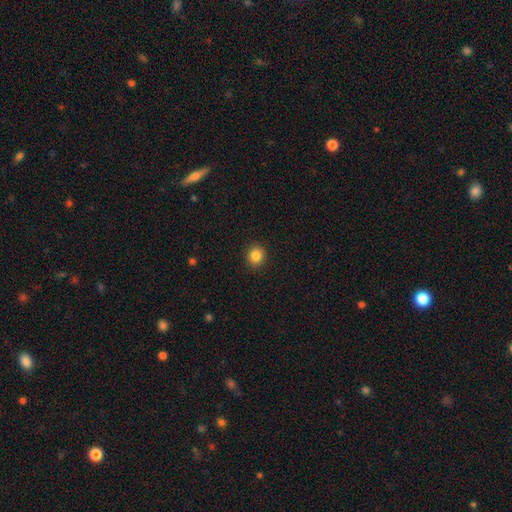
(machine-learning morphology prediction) Q: Smooth or featured?
A: smooth (84%); runner-up: star or artifact (11%)
Q: How rounded?
A: round (85%); runner-up: in between (14%)
Q: Merging?
A: none (92%); runner-up: minor disturbance (5%)